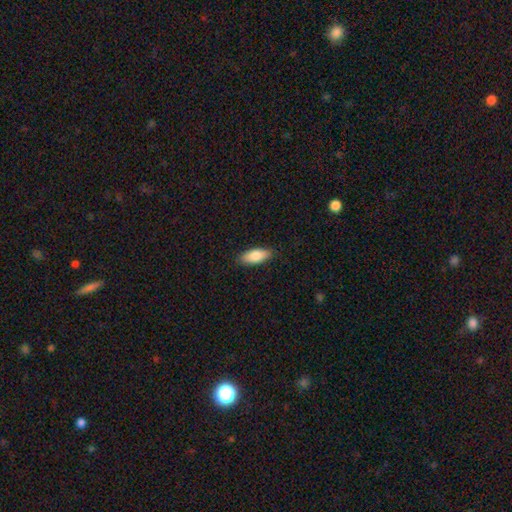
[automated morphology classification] Overall: smooth (83%). How rounded: in between (80%). Merging: none (87%).